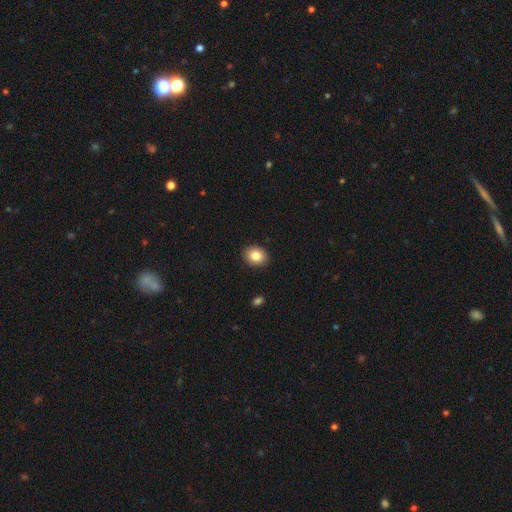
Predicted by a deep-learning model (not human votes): A smooth galaxy with no disk features (85%) that is round (50%).

Vote fractions:
- Smooth or featured? smooth: 85% / star or artifact: 9% / featured or disk: 7%
- How rounded? round: 50% / in between: 49% / cigar-shaped: 1%
- Merging? none: 90% / minor disturbance: 7% / major disturbance: 2% / merger: 1%